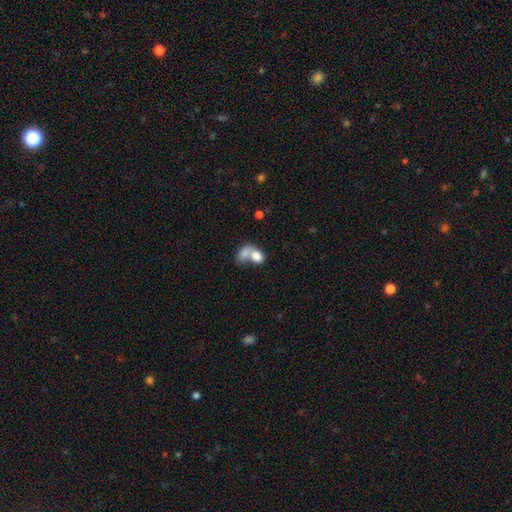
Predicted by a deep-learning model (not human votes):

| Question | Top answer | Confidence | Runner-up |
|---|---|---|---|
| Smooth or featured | smooth | 76% | featured or disk (15%) |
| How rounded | in between | 72% | round (26%) |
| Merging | merger | 70% | none (16%) |